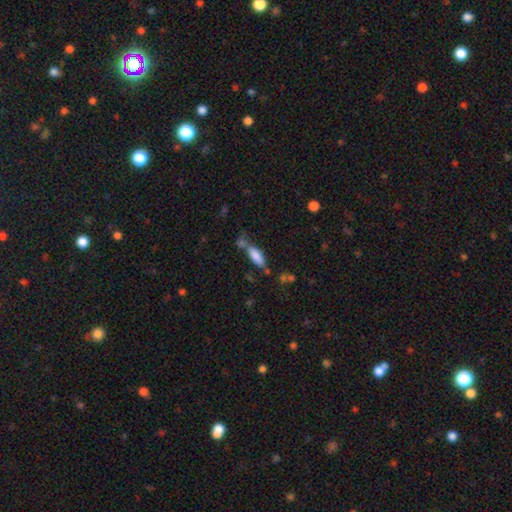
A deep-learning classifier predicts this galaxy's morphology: This appears to be a smooth galaxy with no disk features (81%) that is in between round and cigar-shaped (72%). Merging: none (50%).